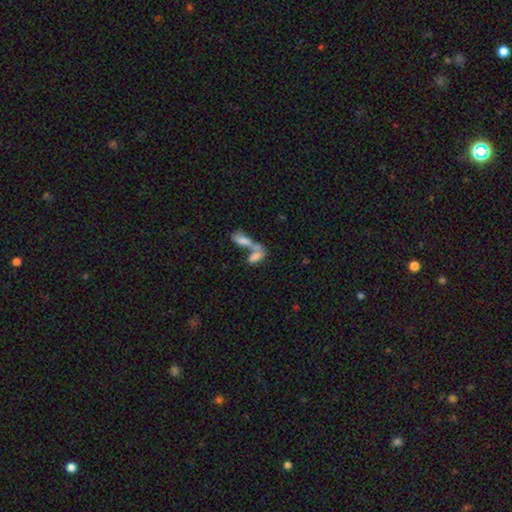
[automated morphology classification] Smooth or featured? Predicted: smooth (p=0.49). Merging? Predicted: merger (p=0.57).